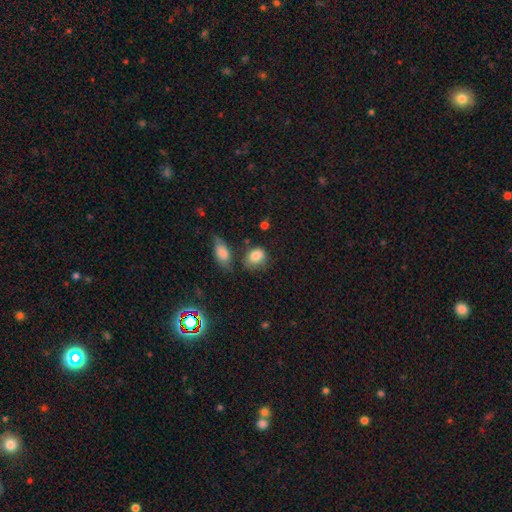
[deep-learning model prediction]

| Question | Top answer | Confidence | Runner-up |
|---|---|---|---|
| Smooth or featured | smooth | 83% | star or artifact (9%) |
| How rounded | in between | 63% | round (36%) |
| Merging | none | 51% | minor disturbance (27%) |